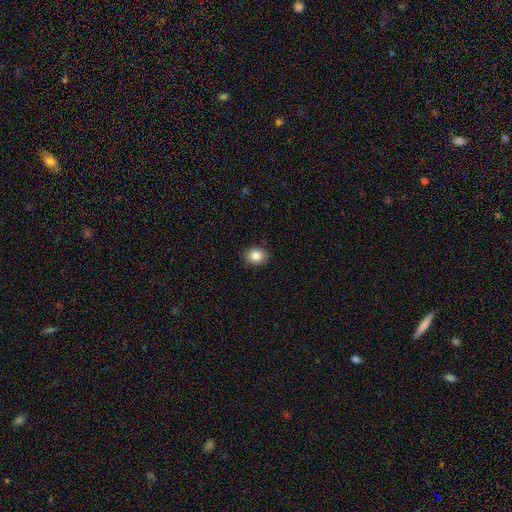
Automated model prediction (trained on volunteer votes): Q: Smooth or featured?
A: smooth (85%); runner-up: star or artifact (9%)
Q: How rounded?
A: in between (56%); runner-up: round (43%)
Q: Merging?
A: none (88%); runner-up: minor disturbance (9%)